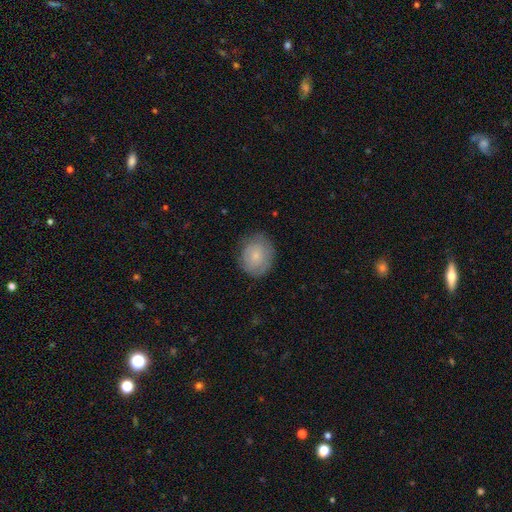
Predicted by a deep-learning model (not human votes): Overall: smooth (69%). How rounded: round (64%; in between 35%). Merging: none (77%).